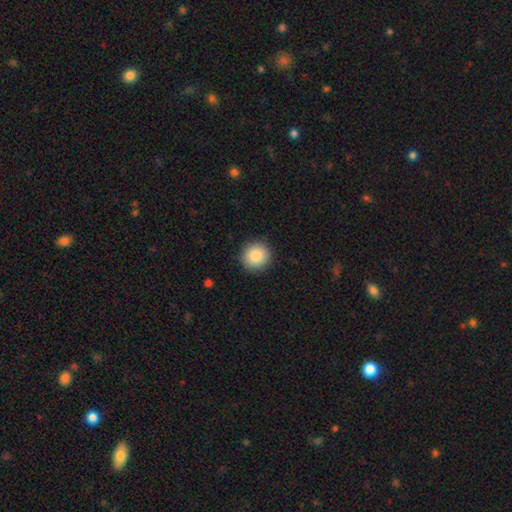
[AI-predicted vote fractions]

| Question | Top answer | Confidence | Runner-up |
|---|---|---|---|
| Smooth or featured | smooth | 87% | star or artifact (8%) |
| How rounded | round | 94% | in between (5%) |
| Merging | none | 92% | minor disturbance (6%) |